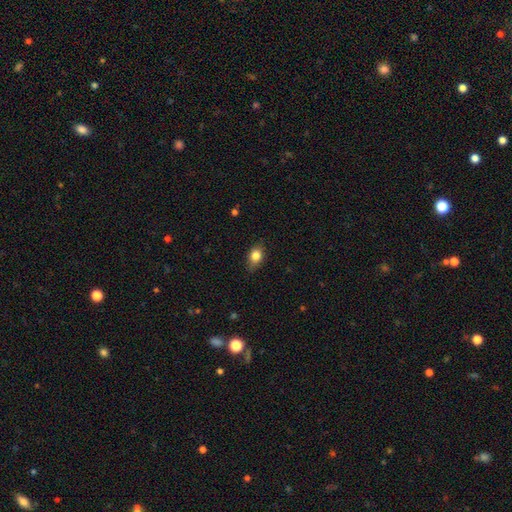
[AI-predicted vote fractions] Morphology: type=smooth (81%); roundness=in between (66%); merging=none (77%).